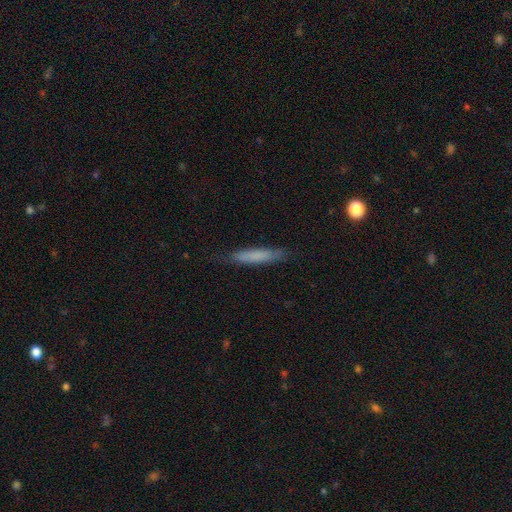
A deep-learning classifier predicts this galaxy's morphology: A smooth galaxy with no disk features (74%) that is cigar-shaped (90%).

Vote fractions:
- Smooth or featured? smooth: 74% / featured or disk: 20% / star or artifact: 7%
- How rounded? cigar-shaped: 90% / in between: 9% / round: 1%
- Merging? none: 82% / minor disturbance: 14% / major disturbance: 3% / merger: 1%